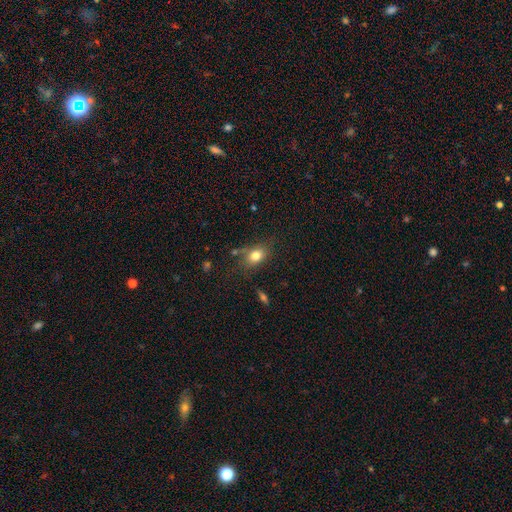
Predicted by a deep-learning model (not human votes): Overall: smooth (79%). How rounded: in between (71%). Merging: none (67%).